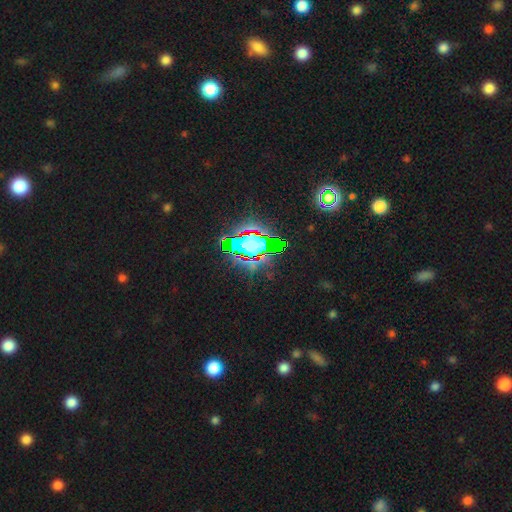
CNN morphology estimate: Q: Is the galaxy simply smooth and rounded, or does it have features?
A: star or artifact — 83%.